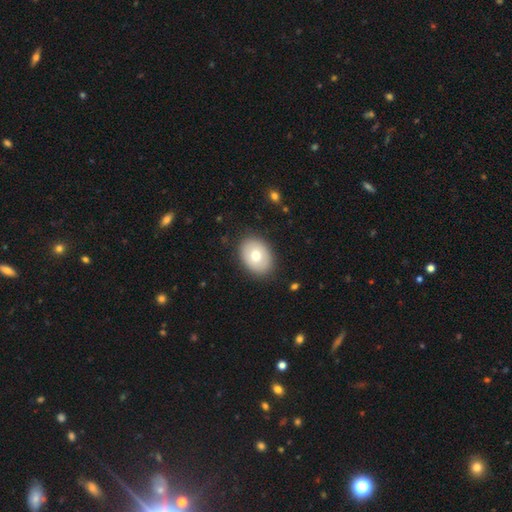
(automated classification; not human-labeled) Smooth or featured?
  - smooth: 73% *
  - featured or disk: 20%
  - star or artifact: 7%
How rounded?
  - in between: 74% *
  - round: 25%
  - cigar-shaped: 1%
Merging?
  - none: 87% *
  - minor disturbance: 9%
  - major disturbance: 3%
  - merger: 1%